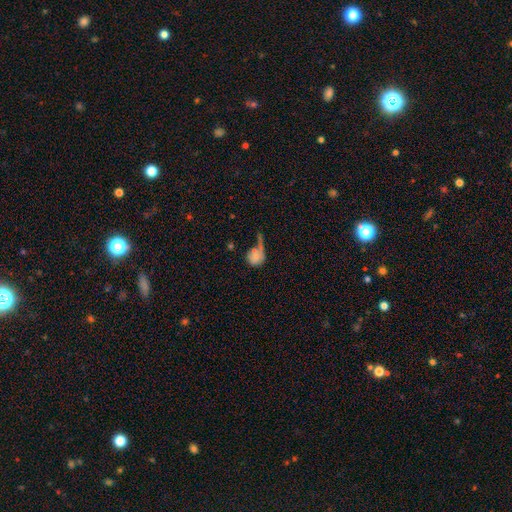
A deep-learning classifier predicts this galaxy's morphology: Smooth or featured: smooth — 64% (featured or disk — 24%)
How rounded: round — 61% (in between — 36%)
Merging: major disturbance — 34% (none — 25%)